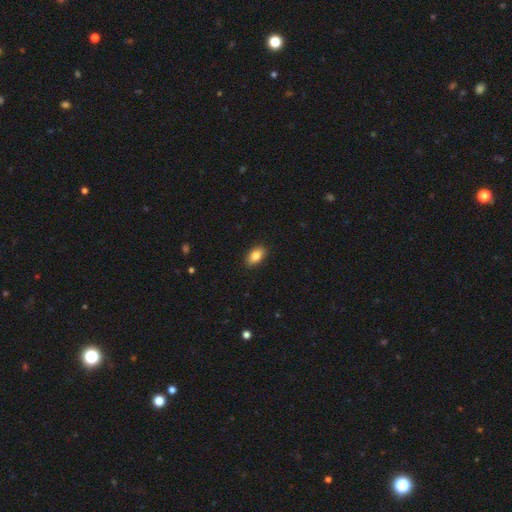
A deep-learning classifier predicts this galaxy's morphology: smooth-or-featured: smooth: 86% | star or artifact: 8% | featured or disk: 6%
  how-rounded: in between: 91% | round: 7% | cigar-shaped: 2%
  merging: none: 89% | minor disturbance: 8% | major disturbance: 2% | merger: 1%